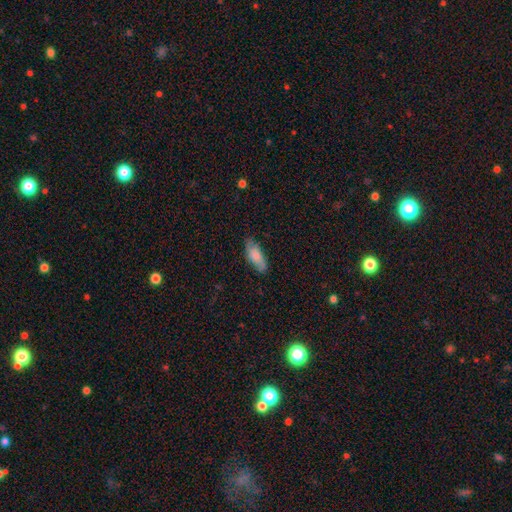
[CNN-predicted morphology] Q: Smooth or featured?
A: smooth (72%); runner-up: featured or disk (21%)
Q: How rounded?
A: in between (76%); runner-up: cigar-shaped (21%)
Q: Merging?
A: none (74%); runner-up: minor disturbance (20%)